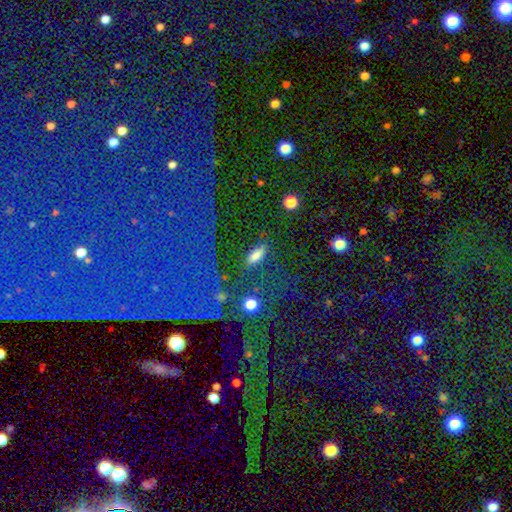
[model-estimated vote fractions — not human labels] Smooth or featured? Predicted: smooth (p=0.78). How rounded? Predicted: in between (p=0.58). Merging? Predicted: none (p=0.80).